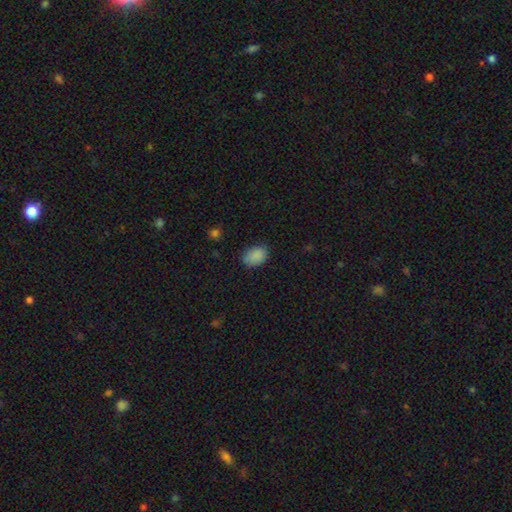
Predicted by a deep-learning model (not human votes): Overall: smooth (88%). How rounded: in between (81%). Merging: none (78%).